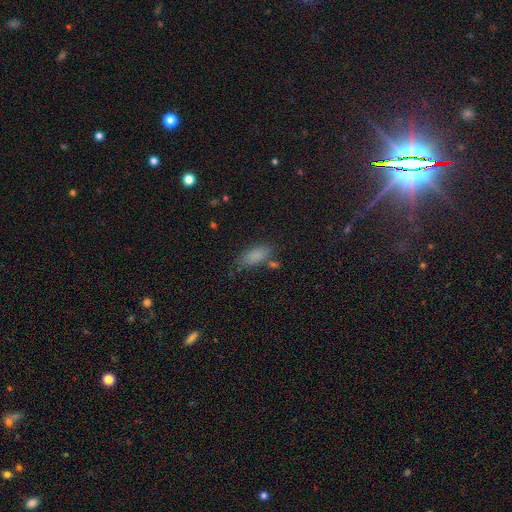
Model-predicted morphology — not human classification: smooth_or_featured: smooth (p=0.82) [alt: star or artifact p=0.10]
how_rounded: in between (p=0.81) [alt: cigar-shaped p=0.16]
merging: none (p=0.66) [alt: minor disturbance p=0.20]